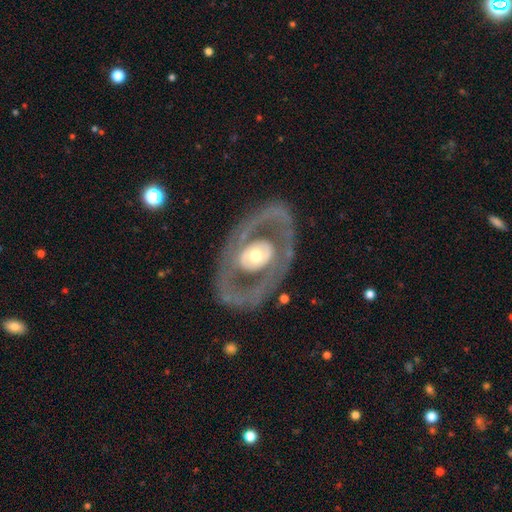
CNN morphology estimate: smooth_or_featured: featured or disk (p=0.72) [alt: smooth p=0.24]
disk_edge_on: no (p=0.92) [alt: yes p=0.08]
bar: no (p=0.80) [alt: weak p=0.13]
has_spiral_arms: no (p=0.76) [alt: yes p=0.24]
bulge_size: moderate (p=0.63) [alt: large p=0.23]
merging: none (p=0.78) [alt: minor disturbance p=0.11]